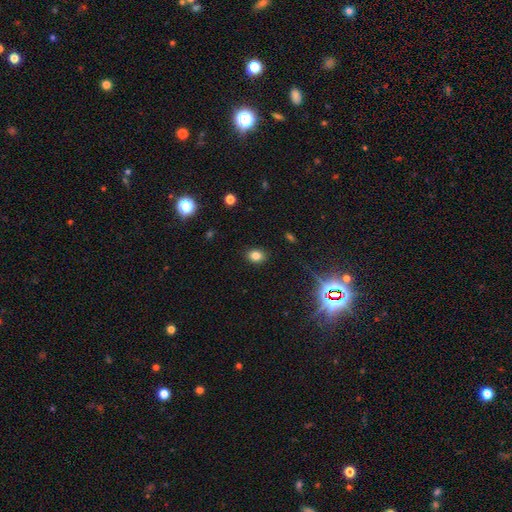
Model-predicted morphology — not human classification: Smooth or featured? Predicted: smooth (p=0.80). How rounded? Predicted: in between (p=0.63). Merging? Predicted: none (p=0.88).